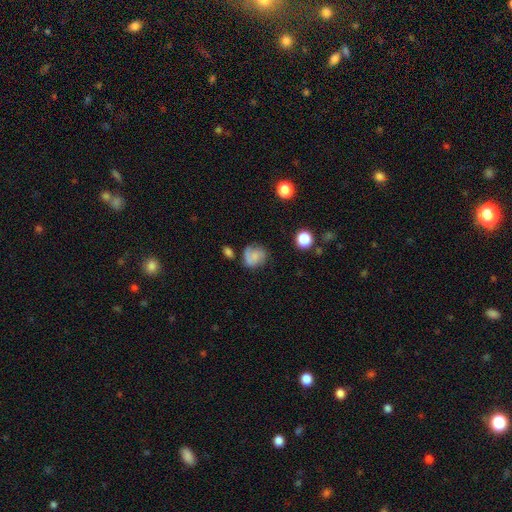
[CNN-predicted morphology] A smooth galaxy with no disk features (55%) that is round (65%).

Vote fractions:
- Smooth or featured? smooth: 55% / featured or disk: 34% / star or artifact: 11%
- How rounded? round: 65% / in between: 34% / cigar-shaped: 1%
- Merging? none: 55% / minor disturbance: 25% / major disturbance: 14% / merger: 6%